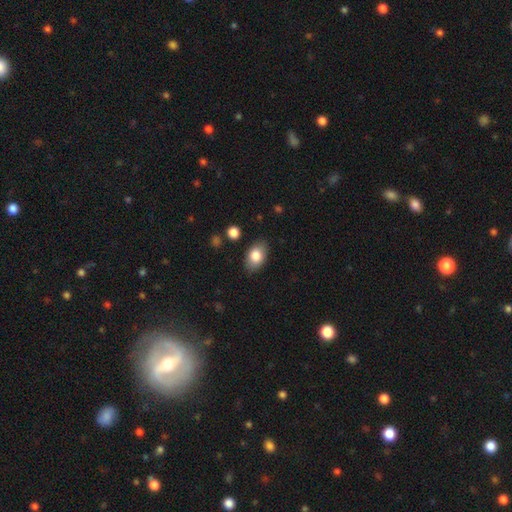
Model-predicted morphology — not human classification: The model was most divided on "smooth or featured": smooth: 81%, featured or disk: 11%, star or artifact: 7%. More confident: how rounded — in between (89%); merging — none (84%).